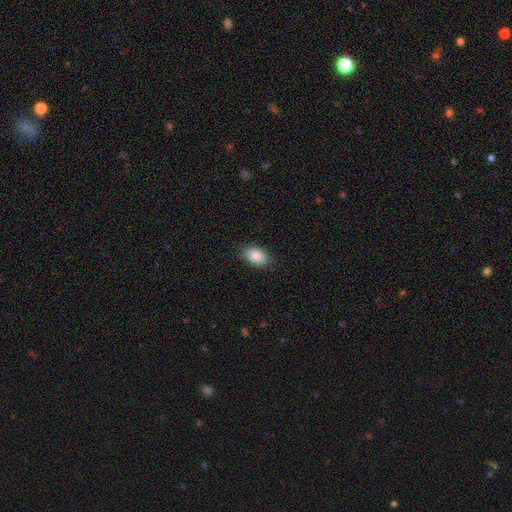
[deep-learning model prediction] Smooth or featured: smooth — 87% (star or artifact — 7%)
How rounded: in between — 89% (round — 9%)
Merging: none — 87% (minor disturbance — 10%)